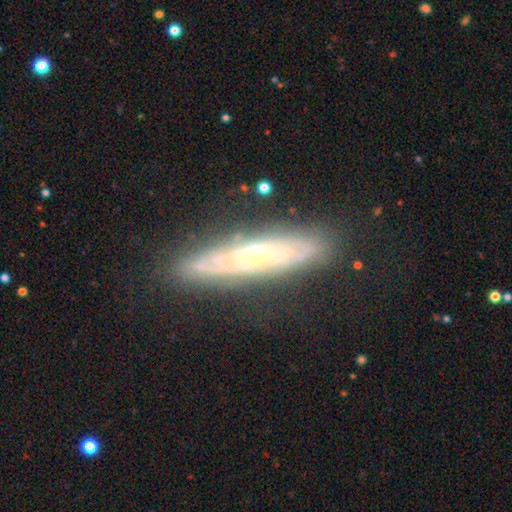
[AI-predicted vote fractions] Smooth or featured? featured or disk (74%)
Edge-on disk? yes (52%)
Merging? none (81%)